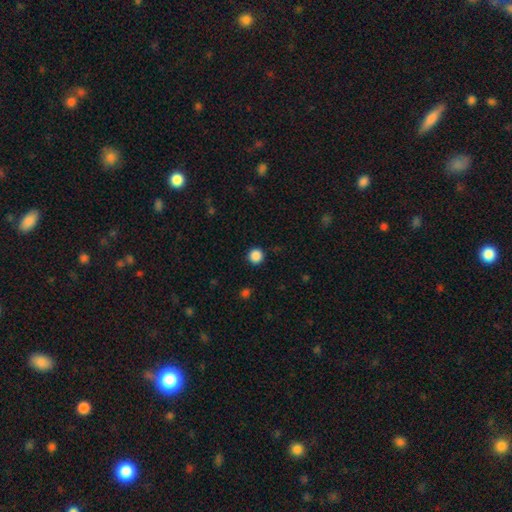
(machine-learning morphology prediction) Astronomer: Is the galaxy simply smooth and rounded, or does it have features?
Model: smooth — 87%.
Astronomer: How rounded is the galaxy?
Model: round — 96%.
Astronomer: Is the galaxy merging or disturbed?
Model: none — 92%.